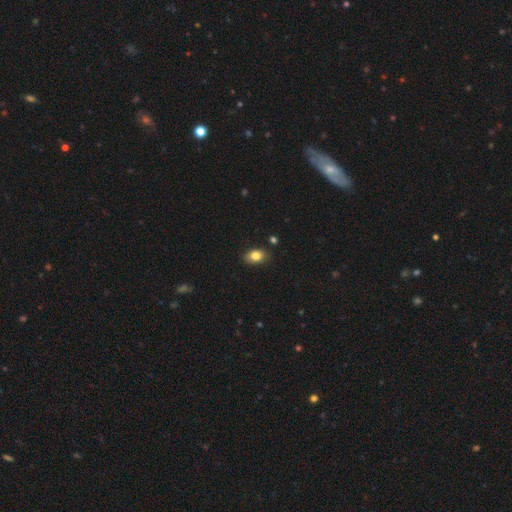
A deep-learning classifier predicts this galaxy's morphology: This appears to be a smooth galaxy with no disk features (82%) that is in between round and cigar-shaped (83%). Merging: none (85%).